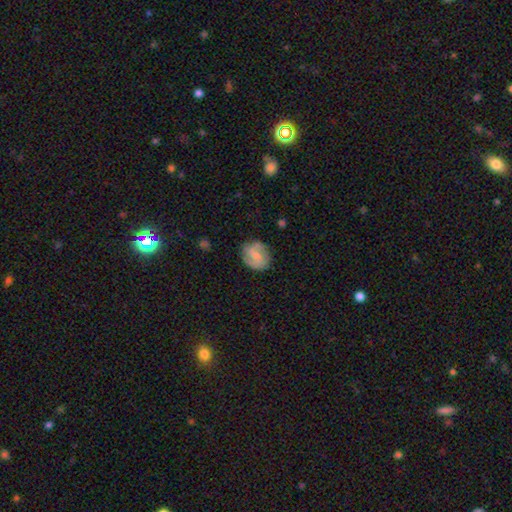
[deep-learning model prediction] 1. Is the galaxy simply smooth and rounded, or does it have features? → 66% featured or disk, 27% smooth, 7% star or artifact.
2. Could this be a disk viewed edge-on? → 98% no, 2% yes.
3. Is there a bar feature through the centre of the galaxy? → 51% weak, 31% no, 18% strong.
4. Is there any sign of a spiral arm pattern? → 91% yes, 9% no.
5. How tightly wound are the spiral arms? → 47% medium, 33% tight, 20% loose.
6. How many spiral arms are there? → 77% 2, 10% can't tell, 6% 3, 3% 1, 2% 4, 1% more than 4.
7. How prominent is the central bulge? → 39% small, 33% none, 23% moderate, 4% large, 1% dominant.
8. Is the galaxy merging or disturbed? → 76% none, 16% minor disturbance, 6% major disturbance, 2% merger.